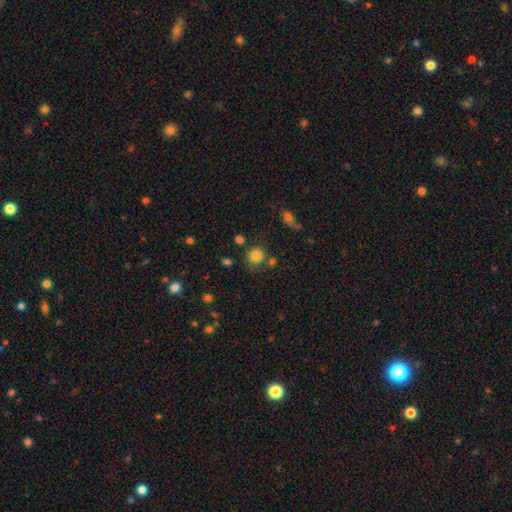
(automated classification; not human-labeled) Q: Smooth or featured?
A: smooth (81%); runner-up: star or artifact (12%)
Q: How rounded?
A: round (85%); runner-up: in between (14%)
Q: Merging?
A: none (69%); runner-up: minor disturbance (15%)